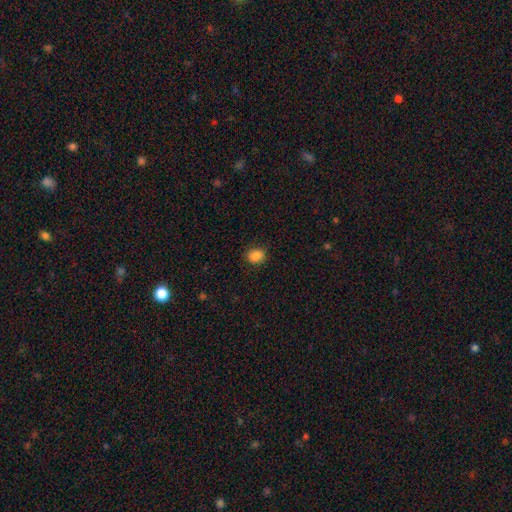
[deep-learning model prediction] Q: Smooth or featured?
A: smooth (87%); runner-up: star or artifact (10%)
Q: How rounded?
A: round (65%); runner-up: in between (34%)
Q: Merging?
A: none (84%); runner-up: minor disturbance (12%)